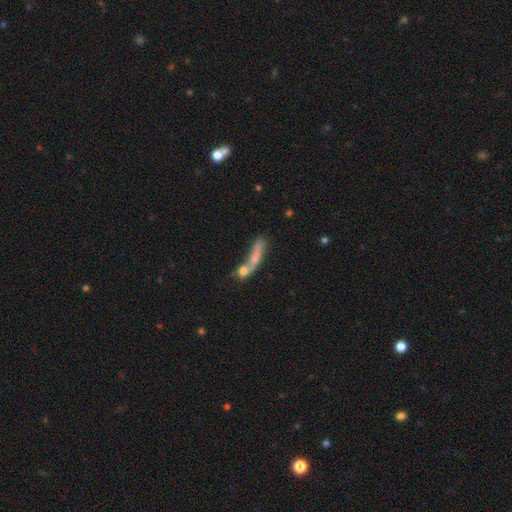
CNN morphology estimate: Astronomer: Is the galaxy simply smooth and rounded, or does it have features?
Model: smooth — 58%.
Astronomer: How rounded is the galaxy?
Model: cigar-shaped — 65%.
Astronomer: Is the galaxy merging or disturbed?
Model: merger — 56%.